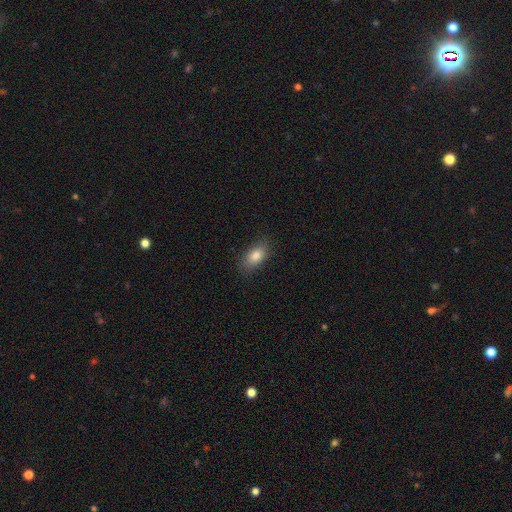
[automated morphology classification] A smooth galaxy with no disk features (84%) that is in between round and cigar-shaped (90%). Merging: none (84%).